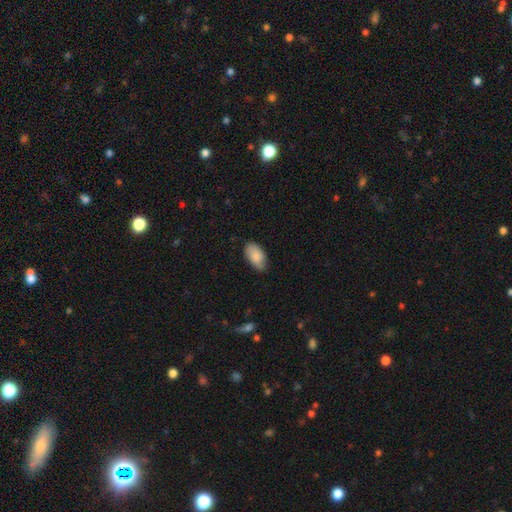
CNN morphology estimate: Smooth or featured?
  - smooth: 85% *
  - featured or disk: 9%
  - star or artifact: 6%
How rounded?
  - in between: 94% *
  - round: 3%
  - cigar-shaped: 3%
Merging?
  - none: 74% *
  - minor disturbance: 22%
  - major disturbance: 3%
  - merger: 1%